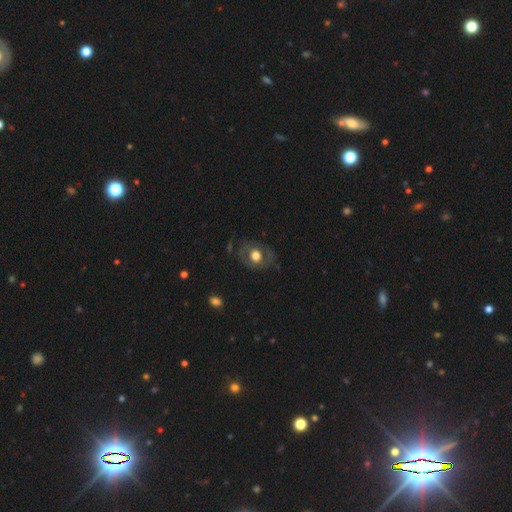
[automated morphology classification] A smooth galaxy with no disk features (52%) that is in between round and cigar-shaped (50%). Merging: none (75%).